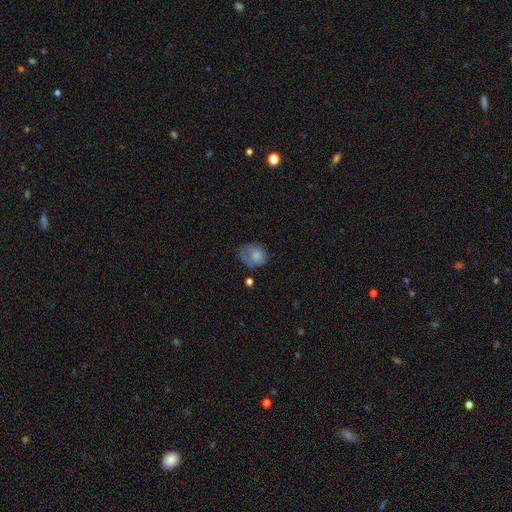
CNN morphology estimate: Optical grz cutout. It shows a smooth galaxy with no disk features (77%) that is round (50%). Merging: none (41%).